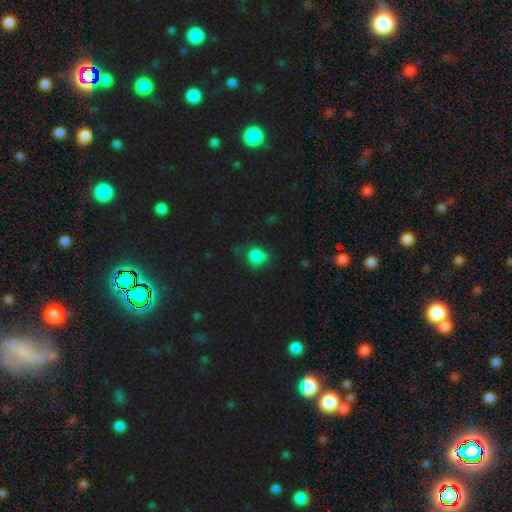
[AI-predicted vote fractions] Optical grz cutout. It shows a smooth galaxy with no disk features (74%) that is round (73%). Merging: none (53%).